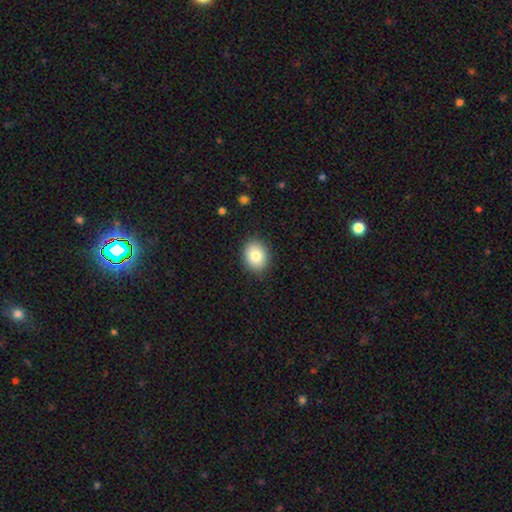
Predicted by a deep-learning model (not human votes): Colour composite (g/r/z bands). It shows a smooth galaxy with no disk features (82%) that is round (51%). Merging: none (88%).